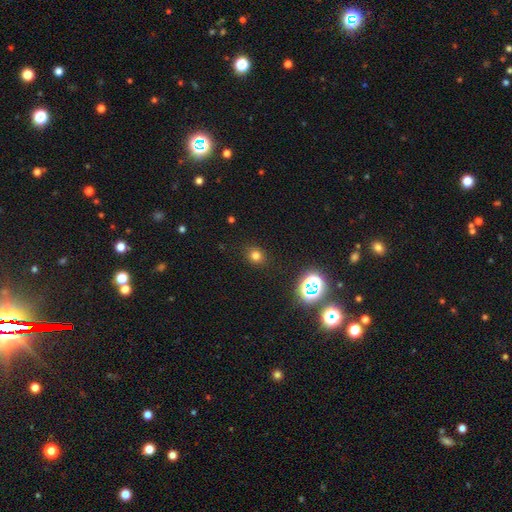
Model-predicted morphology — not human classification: Q: Smooth or featured?
A: smooth (75%); runner-up: star or artifact (20%)
Q: How rounded?
A: round (80%); runner-up: in between (19%)
Q: Merging?
A: none (89%); runner-up: minor disturbance (7%)